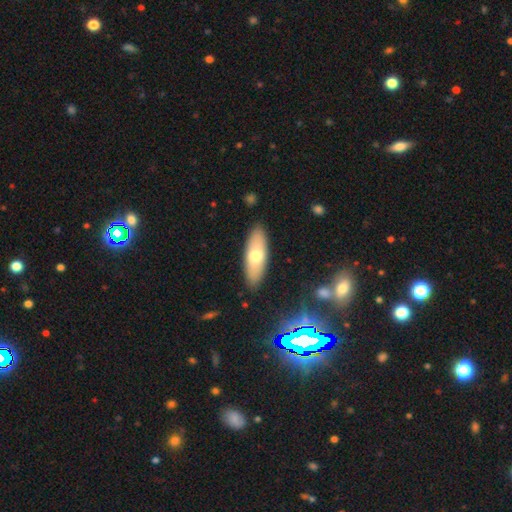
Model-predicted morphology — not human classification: Smooth or featured? smooth (63%)
How rounded? in between (65%)
Merging? none (88%)